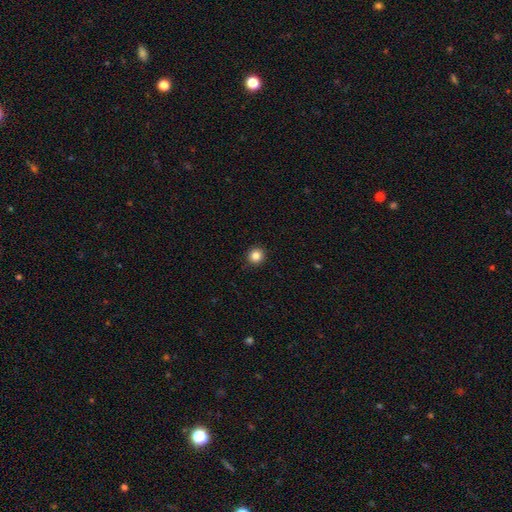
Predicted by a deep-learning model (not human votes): Morphology: type=smooth (85%); roundness=round (93%); merging=none (92%).